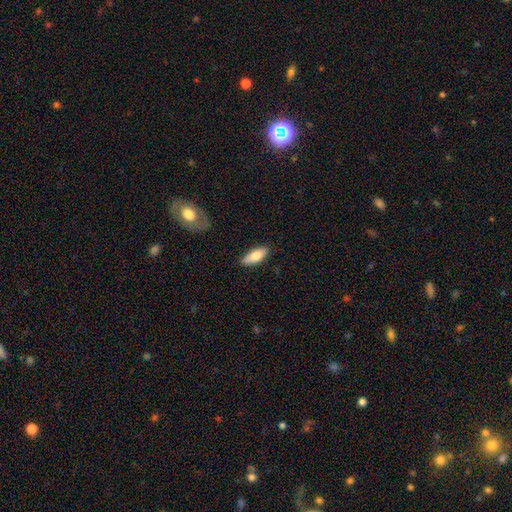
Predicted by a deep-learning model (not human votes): This is likely a smooth galaxy (75%). How rounded: likely in between (66%). Merging: clearly none (85%).